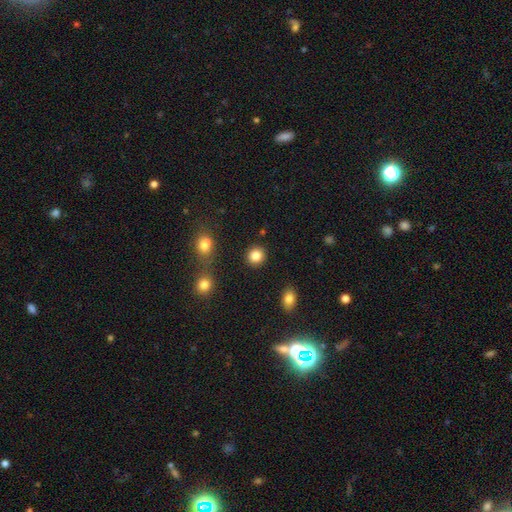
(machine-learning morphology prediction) Overall: smooth (85%). How rounded: round (89%). Merging: none (89%).